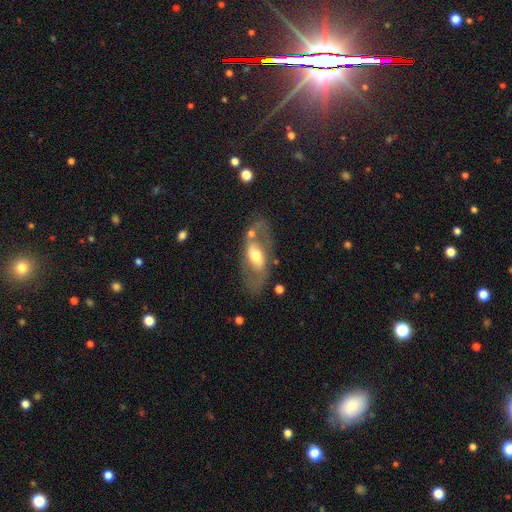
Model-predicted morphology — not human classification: The model was most divided on "bar": no: 41%, weak: 34%, strong: 25%. More confident: edge-on disk — no (87%); bulge size — moderate (65%); merging — none (65%); smooth or featured — featured or disk (64%); spiral arms — yes (57%).